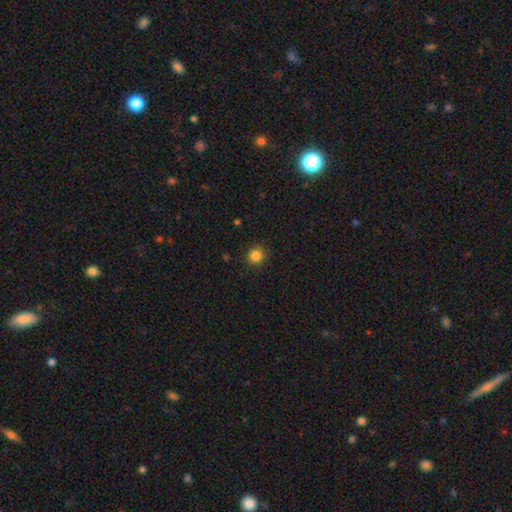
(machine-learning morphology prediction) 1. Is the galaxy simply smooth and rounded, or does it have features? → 85% smooth, 12% star or artifact, 3% featured or disk.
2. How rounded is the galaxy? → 90% round, 9% in between, 1% cigar-shaped.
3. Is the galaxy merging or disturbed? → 89% none, 8% minor disturbance, 2% major disturbance, 1% merger.